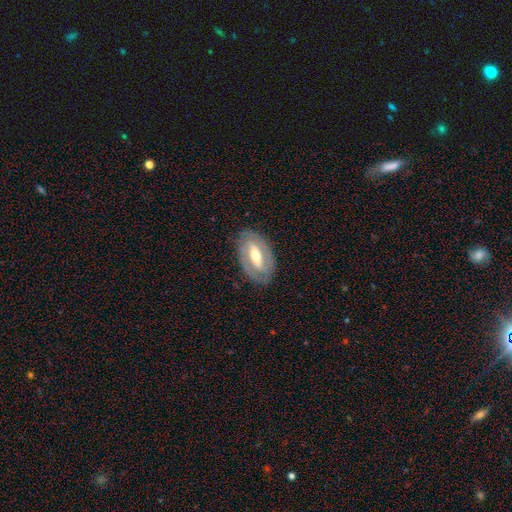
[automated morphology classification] Smooth or featured? featured or disk (74%)
Edge-on disk? no (90%)
Bar? strong (54%)
Spiral arms? yes (61%)
Bulge size? moderate (64%)
Merging? none (83%)